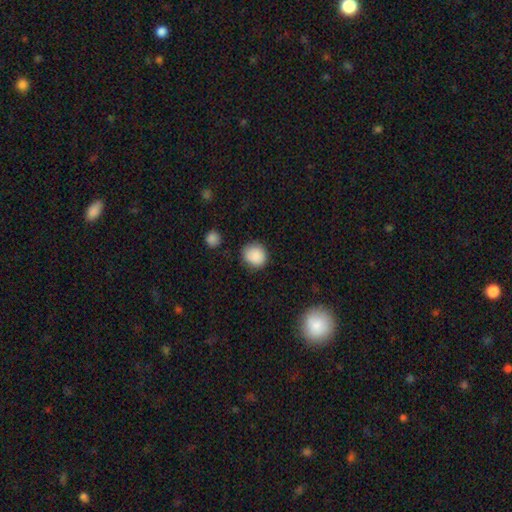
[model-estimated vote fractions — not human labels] Morphology: type=smooth (87%); roundness=round (81%); merging=none (79%).